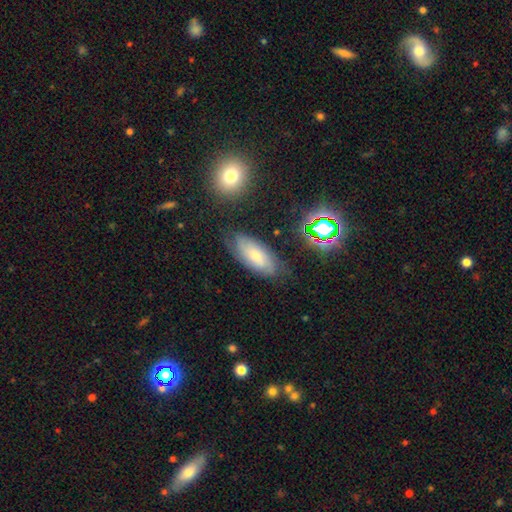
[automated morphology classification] Overall: smooth (46%; featured or disk 43%). Merging: none (72%).